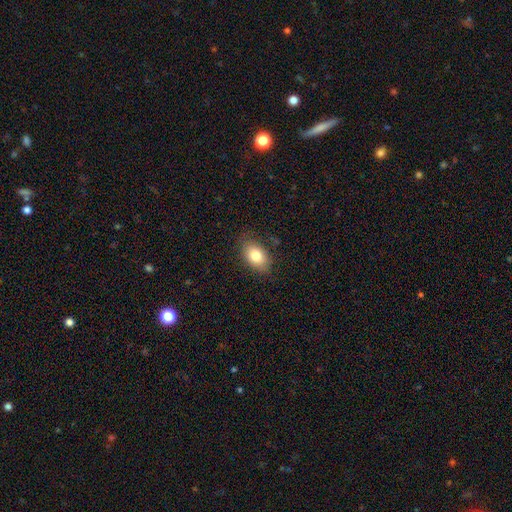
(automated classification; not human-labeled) Smooth or featured: smooth — 81% (featured or disk — 11%)
How rounded: in between — 86% (round — 13%)
Merging: none — 81% (minor disturbance — 15%)